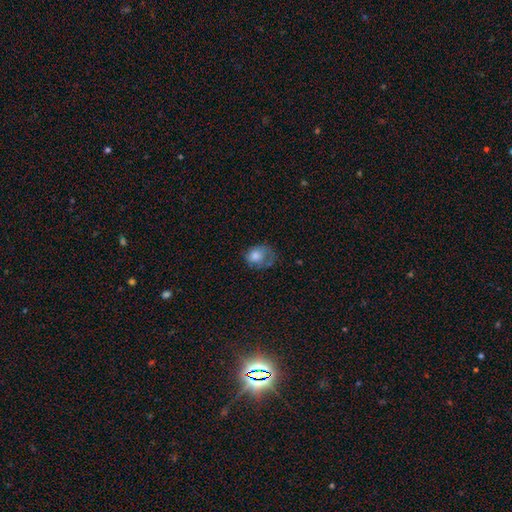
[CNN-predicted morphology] type=smooth (67%); roundness=round (52%); merging=none (36%).